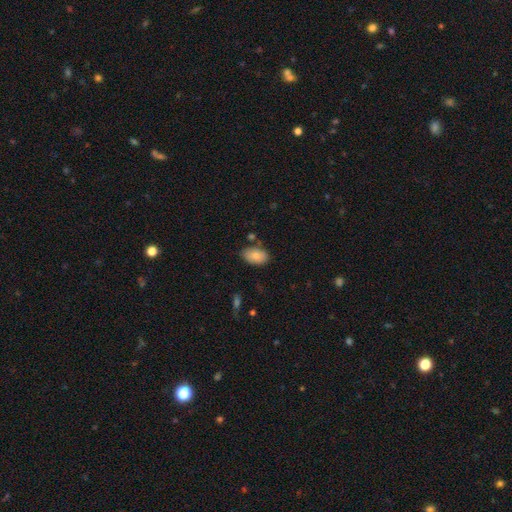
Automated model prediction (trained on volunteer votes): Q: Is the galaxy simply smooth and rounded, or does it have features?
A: smooth — 85%.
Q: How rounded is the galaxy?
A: in between — 92%.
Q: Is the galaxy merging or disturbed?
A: none — 74%.